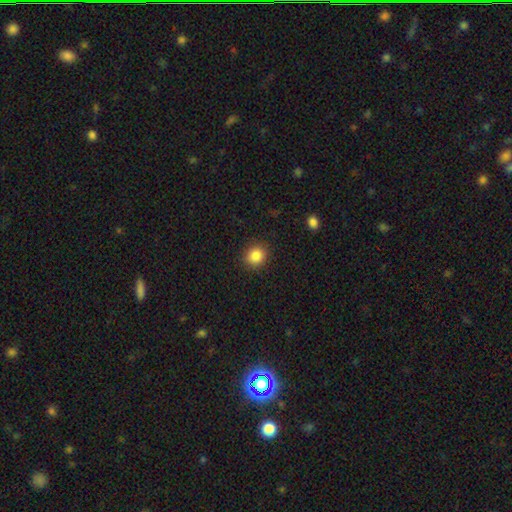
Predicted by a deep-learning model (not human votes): Smooth or featured? Predicted: smooth (p=0.86). How rounded? Predicted: round (p=0.77). Merging? Predicted: none (p=0.90).